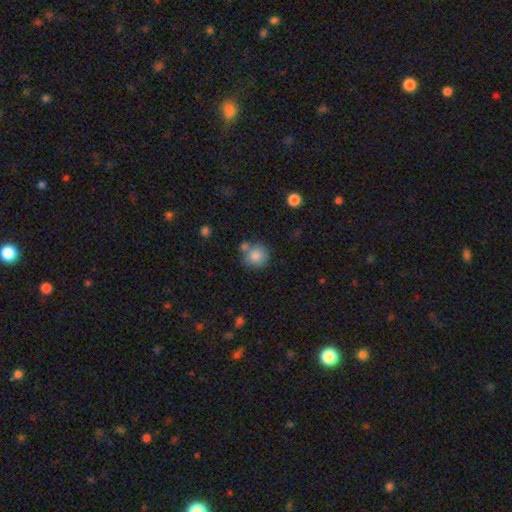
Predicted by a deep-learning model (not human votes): Overall: smooth (84%). How rounded: round (91%). Merging: none (66%).